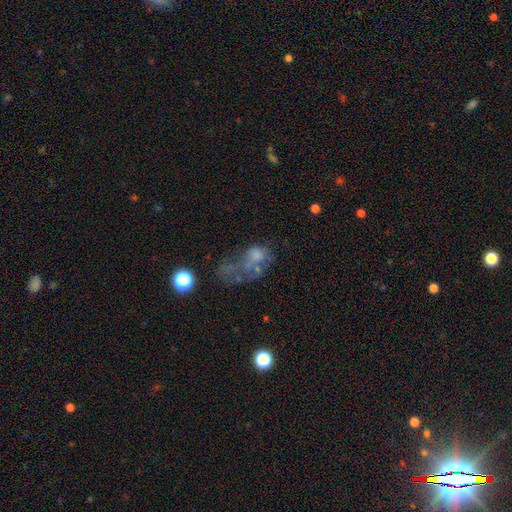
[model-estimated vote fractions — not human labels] smooth-or-featured: featured or disk: 41% | smooth: 38% | star or artifact: 21%
  merging: major disturbance: 44% | none: 22% | merger: 18% | minor disturbance: 15%